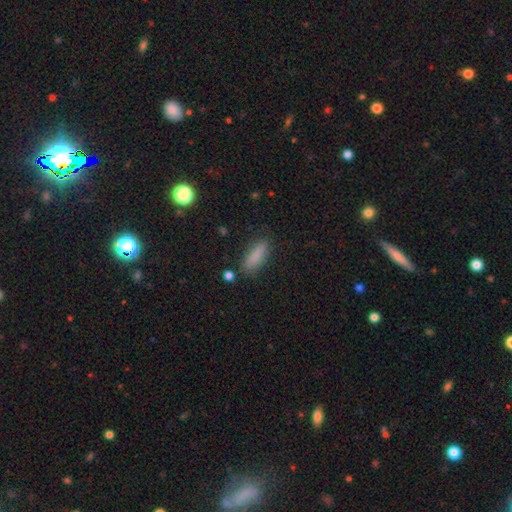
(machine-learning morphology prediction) A smooth galaxy with no disk features (84%) that is cigar-shaped (50%). Merging: none (82%).